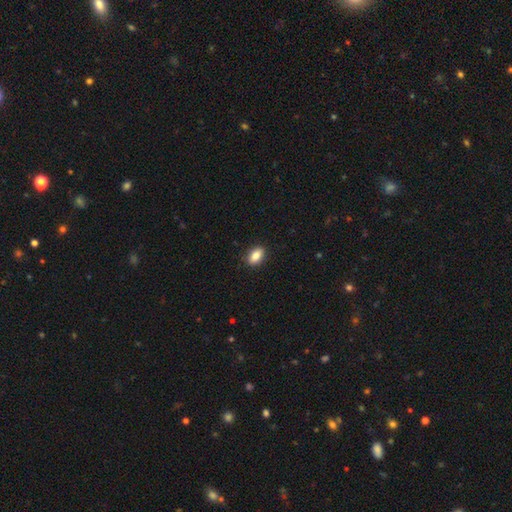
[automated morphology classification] This is clearly a smooth galaxy (85%). How rounded: clearly in between (88%). Merging: clearly none (88%).